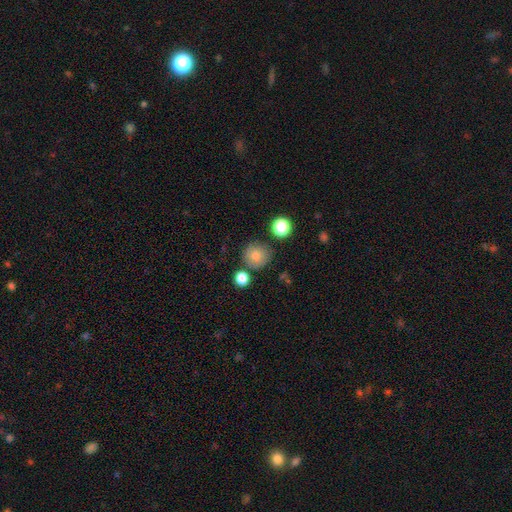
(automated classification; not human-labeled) A smooth galaxy with no disk features (82%) that is round (93%).

Vote fractions:
- Smooth or featured? smooth: 82% / star or artifact: 11% / featured or disk: 7%
- How rounded? round: 93% / in between: 6% / cigar-shaped: 1%
- Merging? none: 80% / minor disturbance: 10% / merger: 6% / major disturbance: 3%